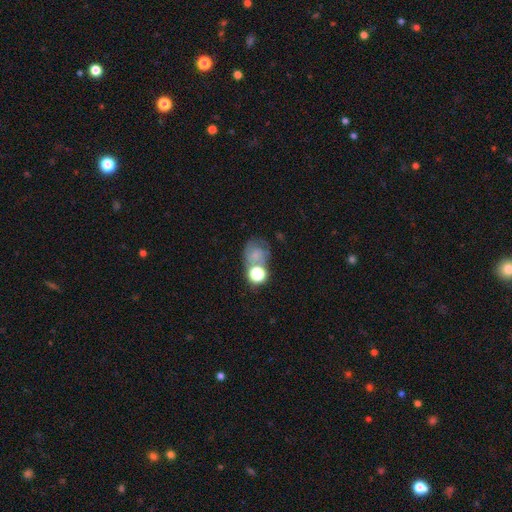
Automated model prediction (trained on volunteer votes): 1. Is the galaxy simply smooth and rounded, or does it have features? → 50% smooth, 30% featured or disk, 20% star or artifact.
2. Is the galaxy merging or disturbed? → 38% none, 26% merger, 18% minor disturbance, 18% major disturbance.